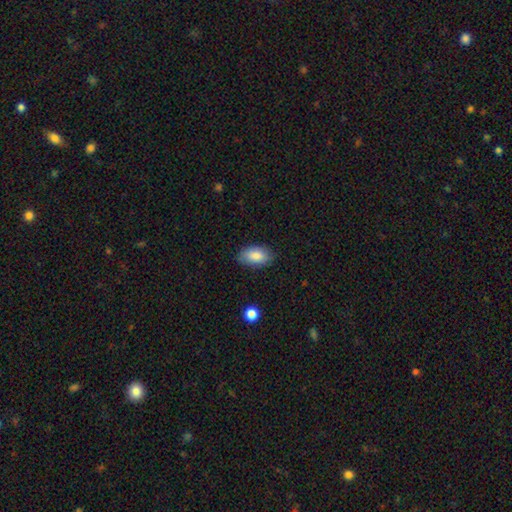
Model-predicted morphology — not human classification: Smooth or featured: smooth — 86% (featured or disk — 7%)
How rounded: in between — 93% (round — 5%)
Merging: none — 82% (minor disturbance — 14%)